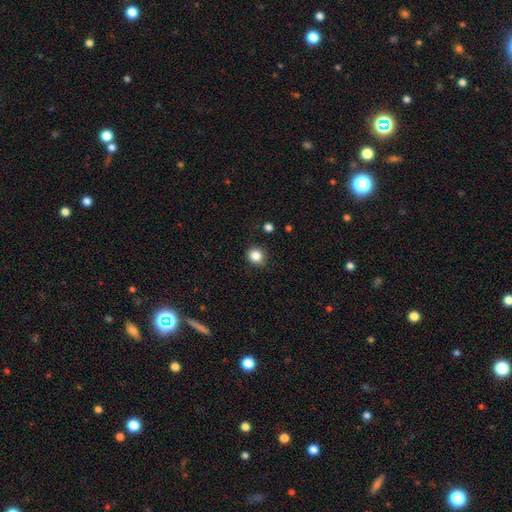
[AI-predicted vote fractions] smooth 84%, star or artifact 11%, featured or disk 5%. Down the decision tree: how rounded — round (85%); merging — none (85%).